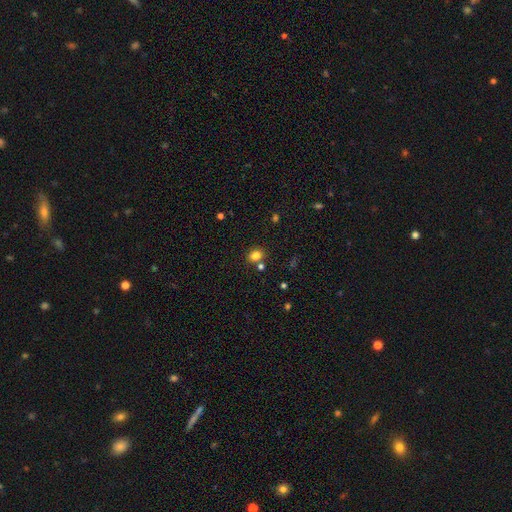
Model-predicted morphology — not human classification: smooth_or_featured: smooth (p=0.80) [alt: star or artifact p=0.13]
how_rounded: in between (p=0.50) [alt: round p=0.49]
merging: none (p=0.74) [alt: merger p=0.12]